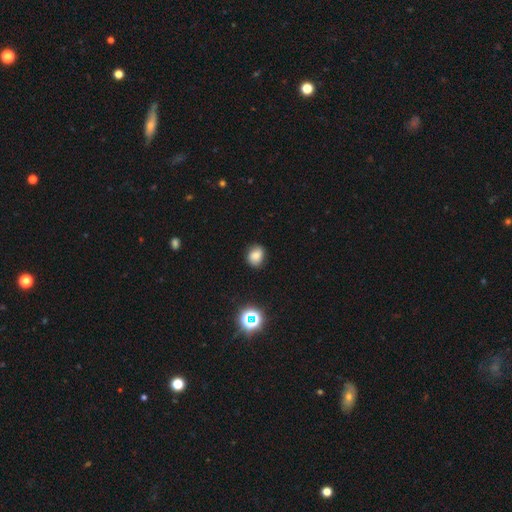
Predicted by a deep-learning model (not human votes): smooth 76%, star or artifact 14%, featured or disk 10%. Down the decision tree: how rounded — round (55%); merging — none (81%).